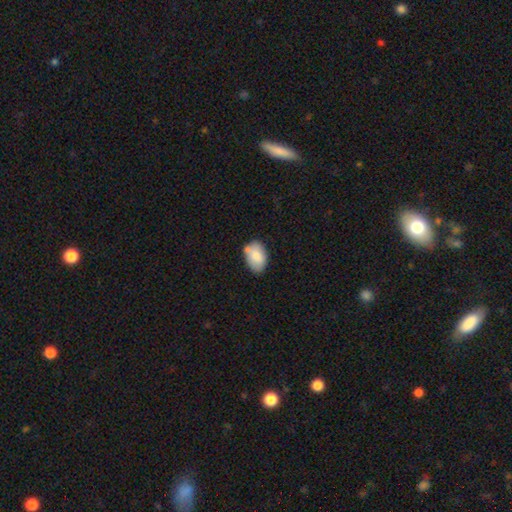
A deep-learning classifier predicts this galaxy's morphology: This is clearly a smooth galaxy (82%). How rounded: clearly in between (89%). Merging: likely none (69%).